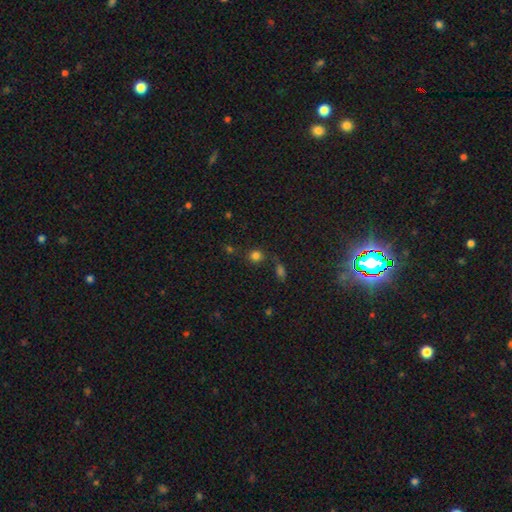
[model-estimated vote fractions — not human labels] Morphology: type=smooth (78%); roundness=round (84%); merging=none (70%).